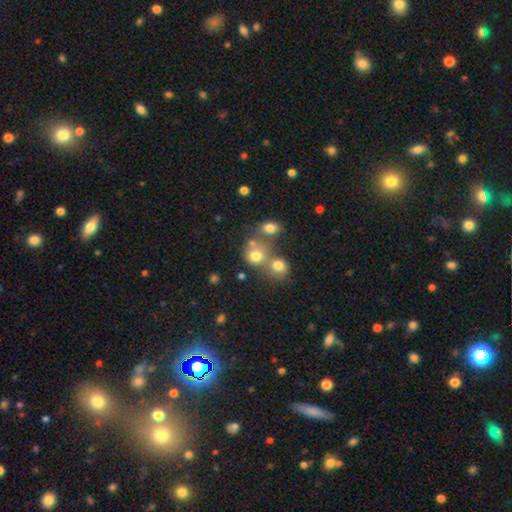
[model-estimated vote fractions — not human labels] Smooth or featured? smooth (74%)
How rounded? round (77%)
Merging? merger (45%)